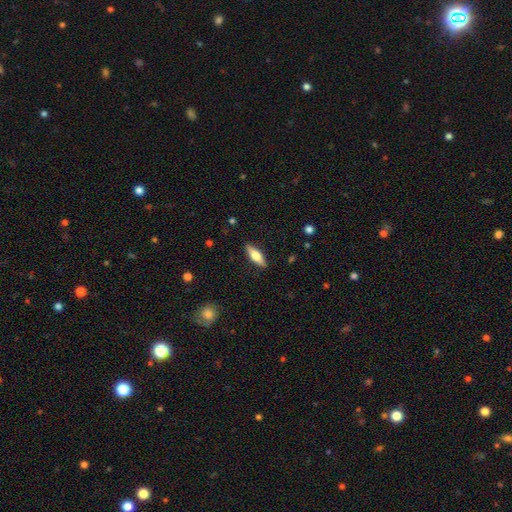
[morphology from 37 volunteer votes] smooth 54%, featured or disk 43%, star or artifact 3%. Down the decision tree: how rounded — cigar-shaped (65%); merging — none (94%).